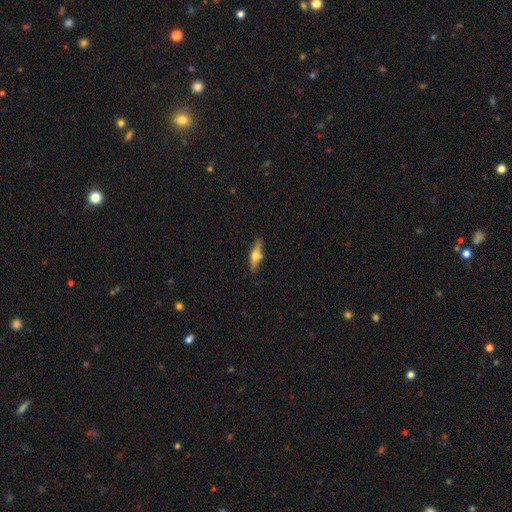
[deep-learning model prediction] This is possibly a featured or disk galaxy (47%). Merging: clearly none (85%).